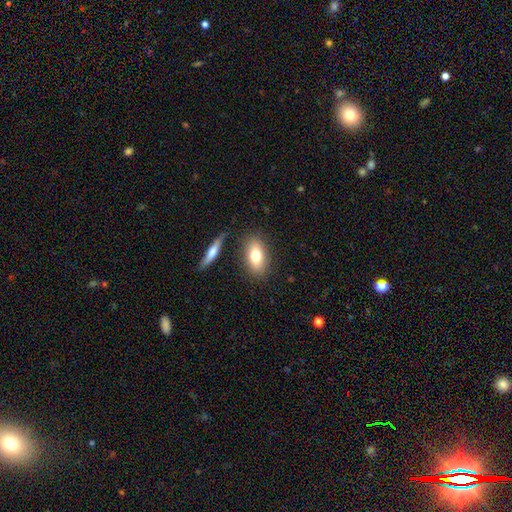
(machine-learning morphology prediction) This appears to be a smooth galaxy with no disk features (74%) that is in between round and cigar-shaped (85%). Merging: none (78%).